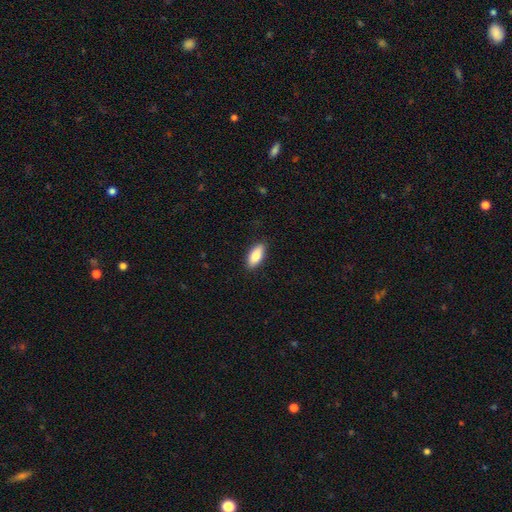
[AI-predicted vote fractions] Smooth or featured? Predicted: smooth (p=0.85). How rounded? Predicted: in between (p=0.82). Merging? Predicted: none (p=0.88).